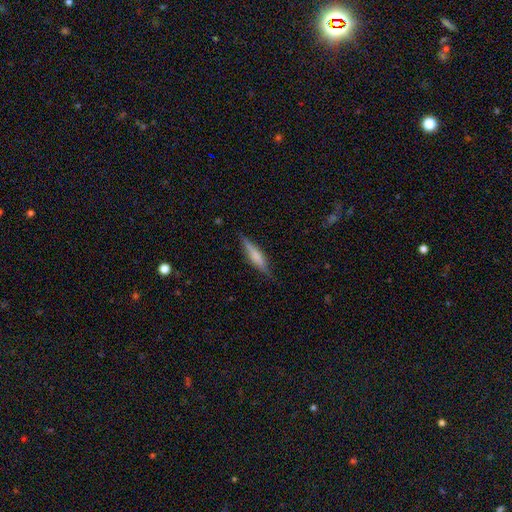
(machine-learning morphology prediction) The model was most divided on "smooth or featured": smooth: 55%, featured or disk: 39%, star or artifact: 6%. More confident: merging — none (82%); how rounded — cigar-shaped (79%).